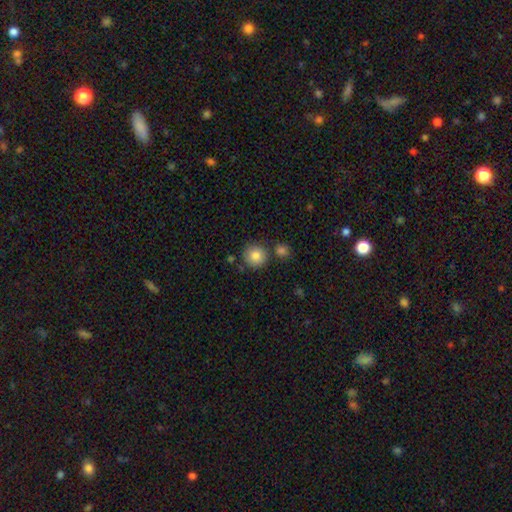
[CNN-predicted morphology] type=smooth (85%); roundness=round (93%); merging=none (77%).